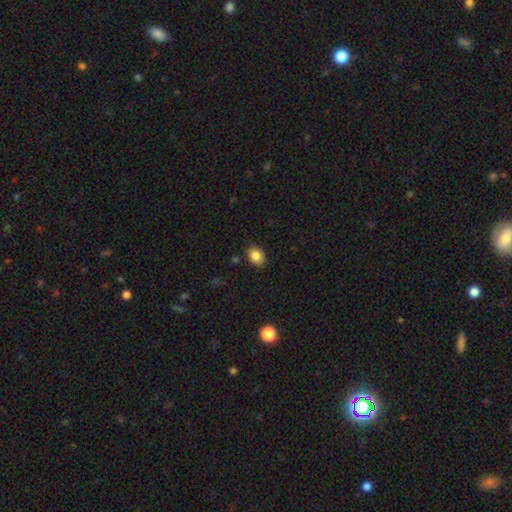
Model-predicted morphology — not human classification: type=smooth (85%); roundness=in between (61%); merging=none (86%).